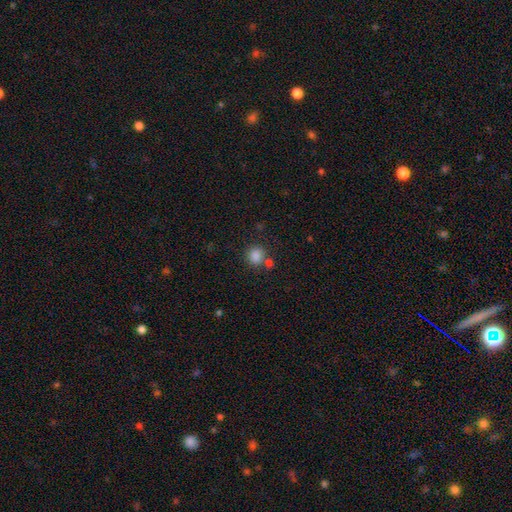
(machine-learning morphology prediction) smooth_or_featured: smooth (p=0.84) [alt: star or artifact p=0.11]
how_rounded: round (p=0.77) [alt: in between p=0.22]
merging: none (p=0.66) [alt: merger p=0.19]